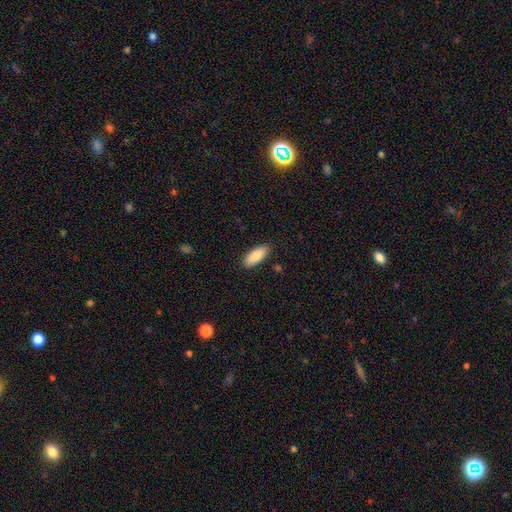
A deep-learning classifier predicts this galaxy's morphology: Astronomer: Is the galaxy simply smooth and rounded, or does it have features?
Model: smooth — 85%.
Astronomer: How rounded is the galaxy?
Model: in between — 80%.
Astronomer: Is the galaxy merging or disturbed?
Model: none — 87%.